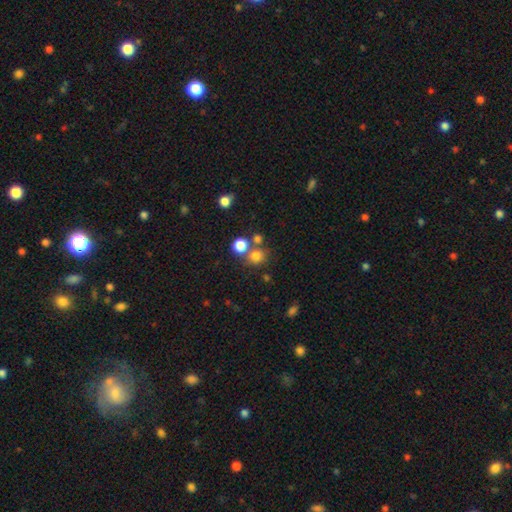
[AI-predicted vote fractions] Q: Smooth or featured?
A: smooth (75%); runner-up: star or artifact (17%)
Q: How rounded?
A: round (87%); runner-up: in between (12%)
Q: Merging?
A: none (63%); runner-up: merger (25%)